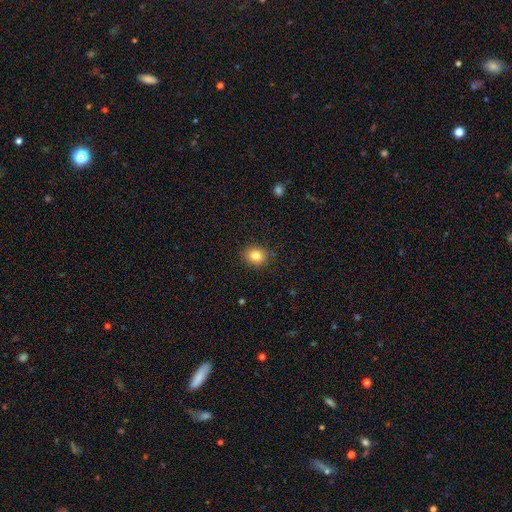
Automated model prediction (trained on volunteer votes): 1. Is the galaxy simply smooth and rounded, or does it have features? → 83% smooth, 10% star or artifact, 7% featured or disk.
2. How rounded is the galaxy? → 55% round, 44% in between, 1% cigar-shaped.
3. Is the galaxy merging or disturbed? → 87% none, 10% minor disturbance, 2% major disturbance, 1% merger.